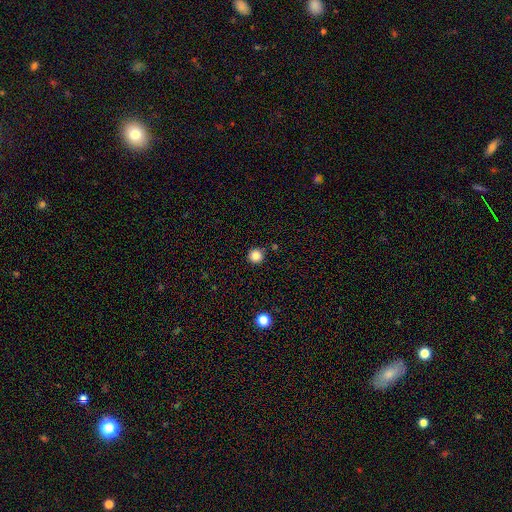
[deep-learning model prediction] Morphology: type=smooth (84%); roundness=round (96%); merging=none (90%).